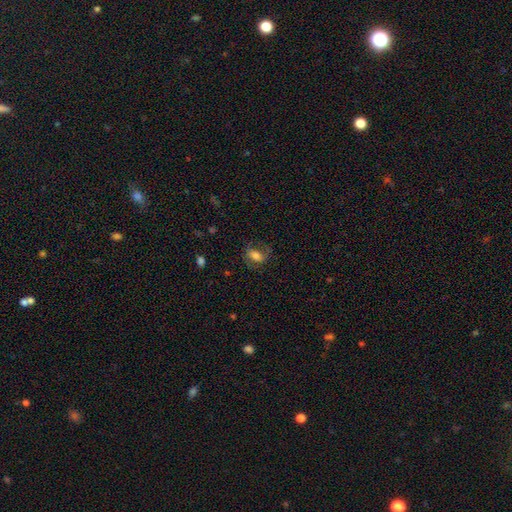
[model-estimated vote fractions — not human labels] Q: Smooth or featured?
A: smooth (64%); runner-up: featured or disk (26%)
Q: How rounded?
A: in between (81%); runner-up: round (14%)
Q: Merging?
A: none (65%); runner-up: minor disturbance (19%)